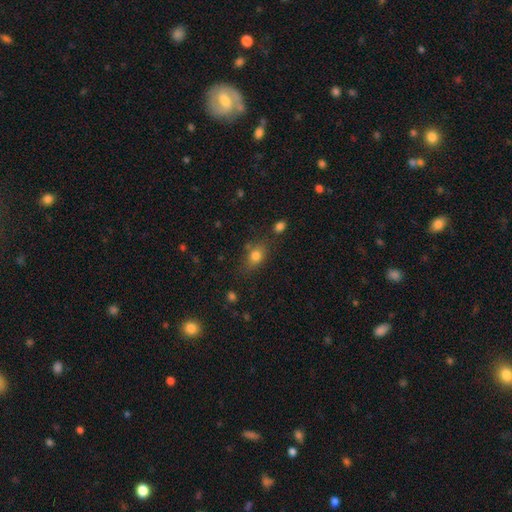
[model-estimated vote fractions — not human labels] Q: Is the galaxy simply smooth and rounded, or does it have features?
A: smooth — 78%.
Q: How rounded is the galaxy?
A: in between — 71%.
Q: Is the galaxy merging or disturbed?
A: none — 70%.